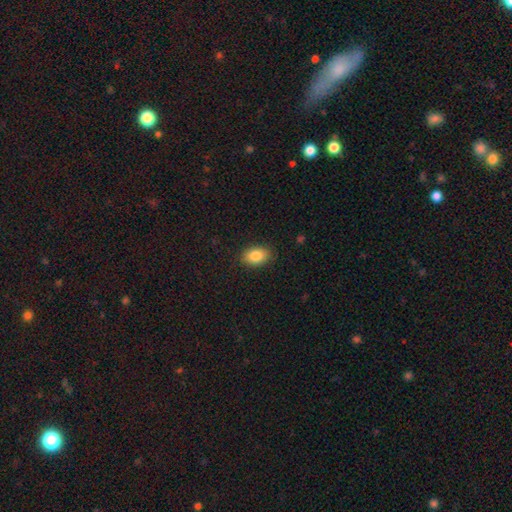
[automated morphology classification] This appears to be a smooth galaxy with no disk features (86%) that is in between round and cigar-shaped (85%). Merging: none (86%).